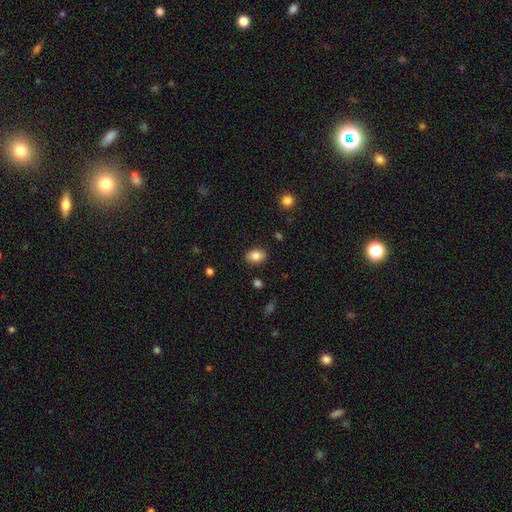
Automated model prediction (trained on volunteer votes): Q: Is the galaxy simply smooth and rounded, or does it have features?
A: smooth — 85%.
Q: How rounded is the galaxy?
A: in between — 72%.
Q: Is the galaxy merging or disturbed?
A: none — 86%.